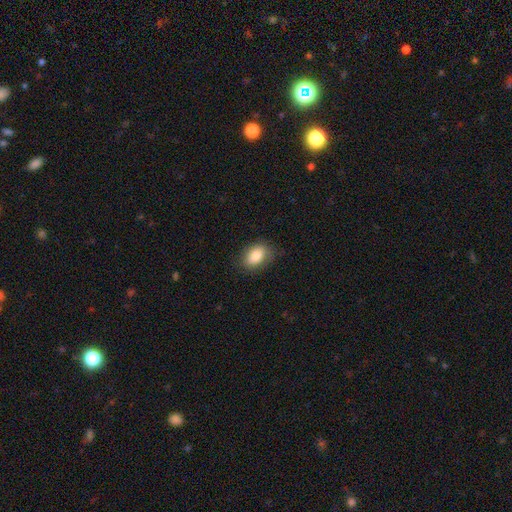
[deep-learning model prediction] Smooth or featured: smooth — 83% (featured or disk — 9%)
How rounded: in between — 82% (round — 16%)
Merging: none — 79% (minor disturbance — 16%)